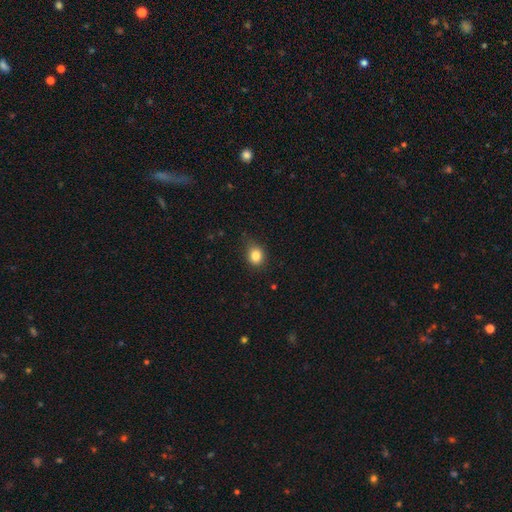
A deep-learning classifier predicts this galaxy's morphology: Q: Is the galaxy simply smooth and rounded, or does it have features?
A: smooth — 83%.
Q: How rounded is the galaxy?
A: round — 65%.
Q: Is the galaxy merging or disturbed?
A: none — 77%.